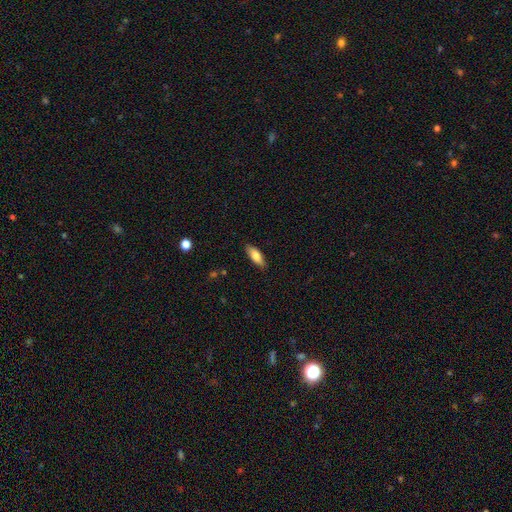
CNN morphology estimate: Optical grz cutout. It shows a smooth galaxy with no disk features (78%) that is in between round and cigar-shaped (68%). Merging: none (85%).